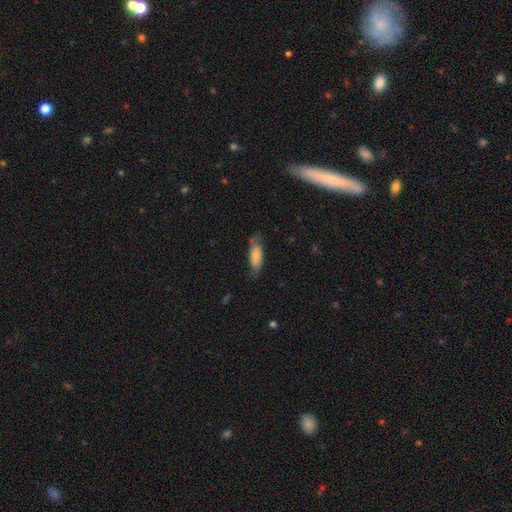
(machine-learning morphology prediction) Smooth or featured?
  - smooth: 73% *
  - featured or disk: 20%
  - star or artifact: 7%
How rounded?
  - in between: 72% *
  - cigar-shaped: 26%
  - round: 2%
Merging?
  - none: 65% *
  - minor disturbance: 26%
  - major disturbance: 7%
  - merger: 2%